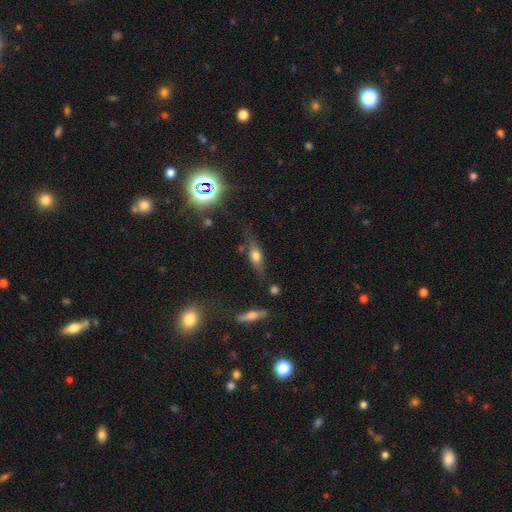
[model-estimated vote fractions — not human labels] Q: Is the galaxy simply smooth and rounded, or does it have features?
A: featured or disk — 46%.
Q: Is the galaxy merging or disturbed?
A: none — 66%.